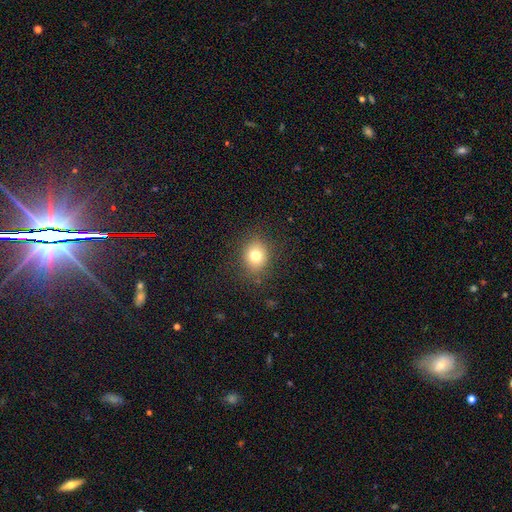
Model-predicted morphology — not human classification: Q: Smooth or featured?
A: smooth (76%); runner-up: star or artifact (13%)
Q: How rounded?
A: round (64%); runner-up: in between (35%)
Q: Merging?
A: none (85%); runner-up: minor disturbance (10%)